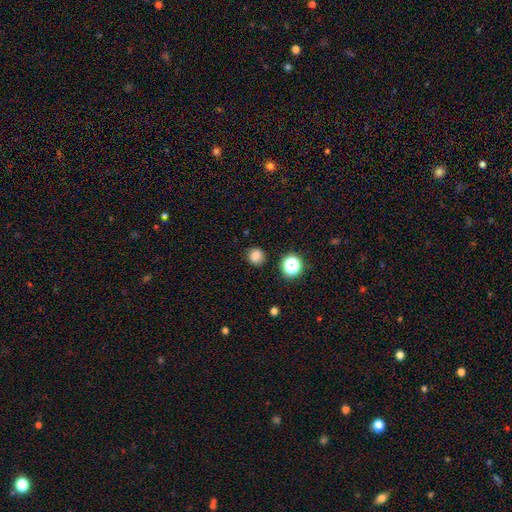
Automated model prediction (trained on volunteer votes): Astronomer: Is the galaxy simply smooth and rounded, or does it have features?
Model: smooth — 81%.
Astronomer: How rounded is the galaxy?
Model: round — 89%.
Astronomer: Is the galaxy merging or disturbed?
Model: none — 86%.